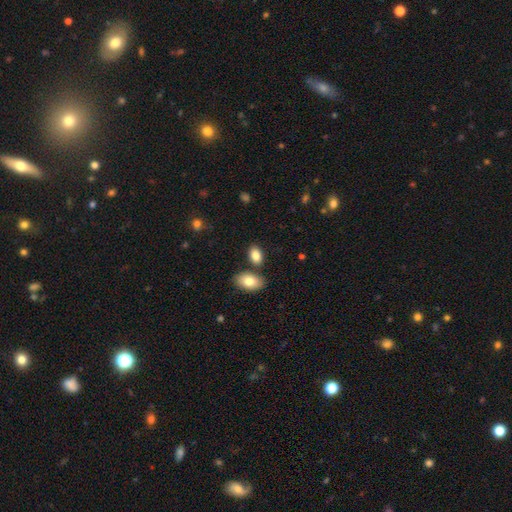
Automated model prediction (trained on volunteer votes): smooth-or-featured: smooth: 83% | featured or disk: 9% | star or artifact: 8%
  how-rounded: in between: 89% | round: 10% | cigar-shaped: 2%
  merging: none: 72% | merger: 15% | minor disturbance: 10% | major disturbance: 3%